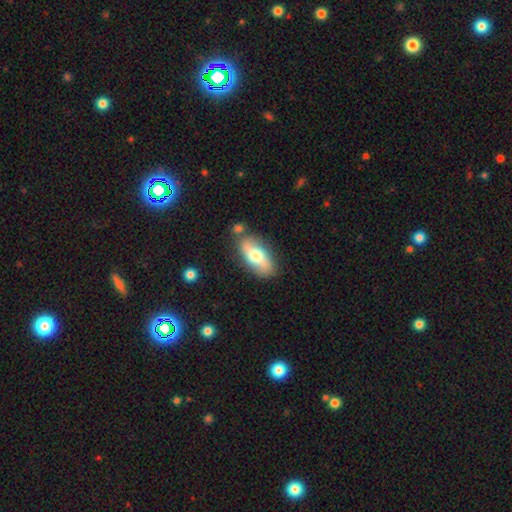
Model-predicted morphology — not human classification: smooth_or_featured: smooth (p=0.58) [alt: featured or disk p=0.36]
how_rounded: in between (p=0.85) [alt: cigar-shaped p=0.10]
merging: none (p=0.76) [alt: minor disturbance p=0.14]